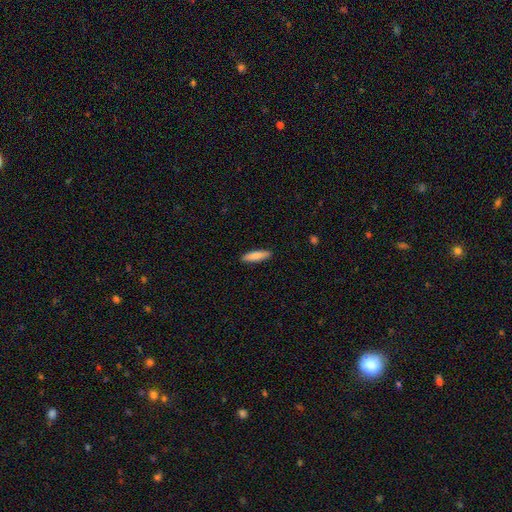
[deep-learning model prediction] A smooth galaxy with no disk features (84%) that is cigar-shaped (70%).

Vote fractions:
- Smooth or featured? smooth: 84% / featured or disk: 10% / star or artifact: 5%
- How rounded? cigar-shaped: 70% / in between: 28% / round: 1%
- Merging? none: 90% / minor disturbance: 7% / major disturbance: 2% / merger: 1%